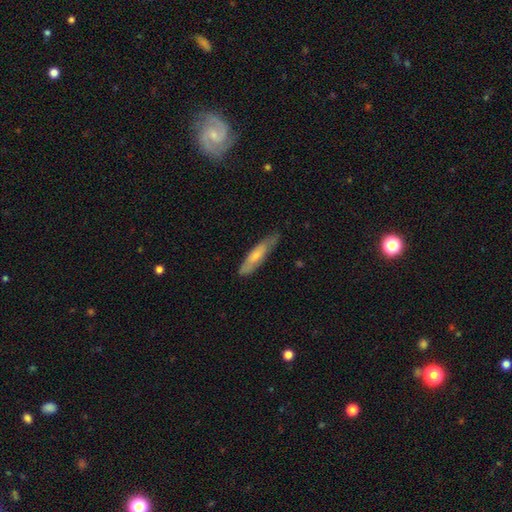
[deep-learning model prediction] A smooth galaxy with no disk features (60%) that is cigar-shaped (77%). Merging: none (70%).